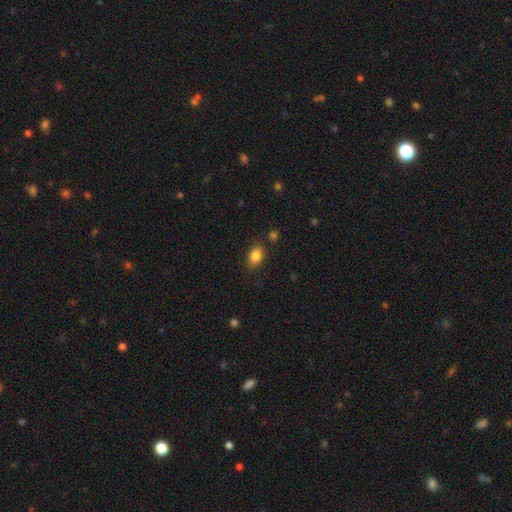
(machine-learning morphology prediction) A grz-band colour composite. It shows a smooth galaxy with no disk features (85%) that is in between round and cigar-shaped (71%). Merging: none (81%).